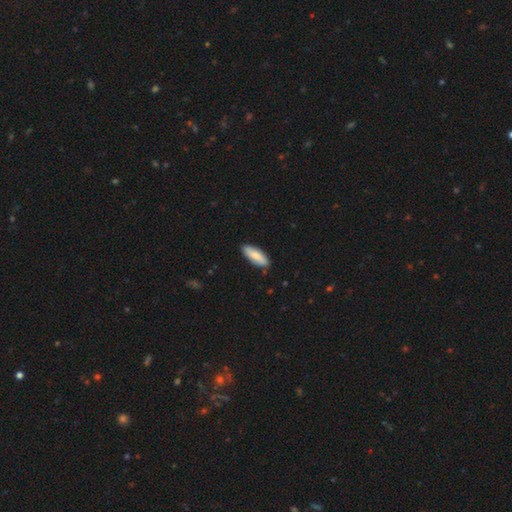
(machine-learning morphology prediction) Smooth or featured? smooth (80%)
How rounded? in between (62%)
Merging? none (87%)